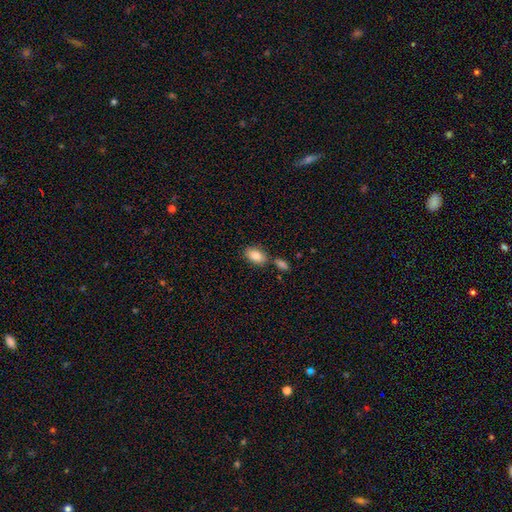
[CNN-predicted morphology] Smooth or featured? Predicted: smooth (p=0.85). How rounded? Predicted: in between (p=0.90). Merging? Predicted: none (p=0.70).